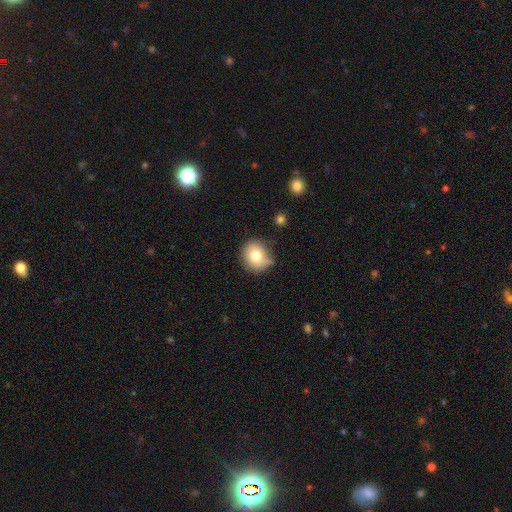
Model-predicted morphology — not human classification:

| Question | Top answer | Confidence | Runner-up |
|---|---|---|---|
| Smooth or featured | smooth | 77% | featured or disk (13%) |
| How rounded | round | 77% | in between (23%) |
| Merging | none | 60% | minor disturbance (29%) |